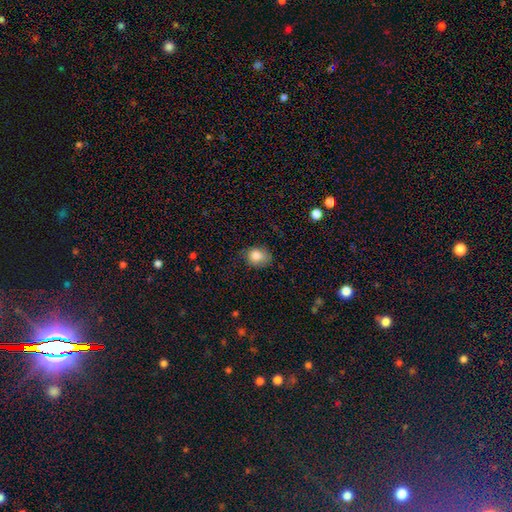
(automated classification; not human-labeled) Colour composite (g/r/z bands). It shows a smooth galaxy with no disk features (84%) that is round (51%). Merging: none (70%).